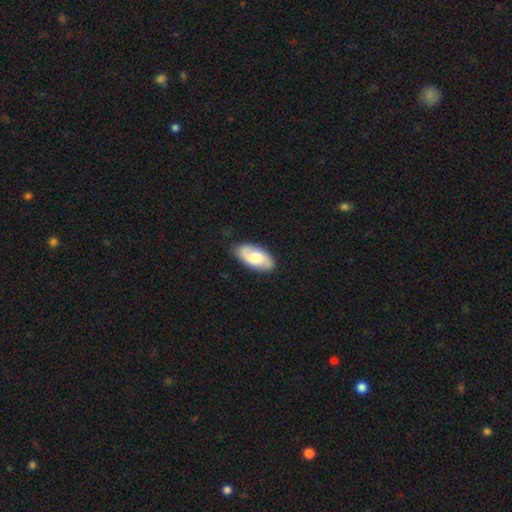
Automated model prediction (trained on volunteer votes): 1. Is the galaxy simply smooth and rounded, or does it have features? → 50% smooth, 44% featured or disk, 6% star or artifact.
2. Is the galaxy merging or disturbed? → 83% none, 13% minor disturbance, 3% major disturbance, 1% merger.